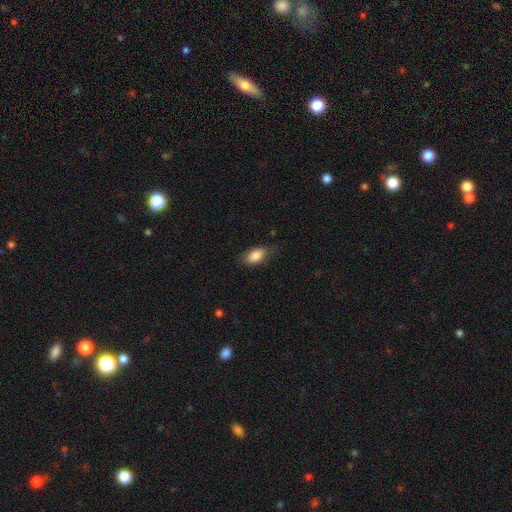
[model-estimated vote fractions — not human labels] smooth 82%, featured or disk 11%, star or artifact 7%. Down the decision tree: how rounded — in between (89%); merging — none (65%).